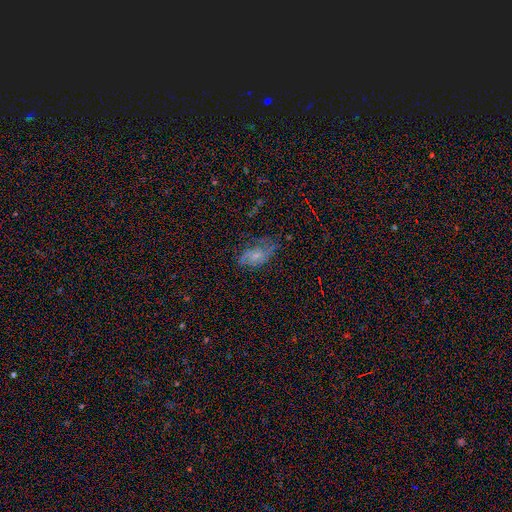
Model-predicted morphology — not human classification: This appears to be a featured or disk galaxy (48%). Merging: none (50%).